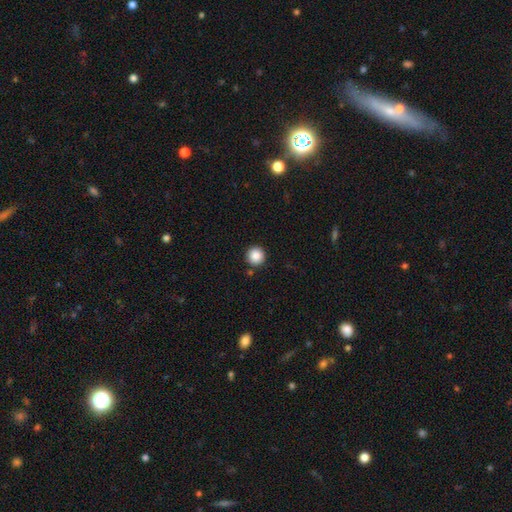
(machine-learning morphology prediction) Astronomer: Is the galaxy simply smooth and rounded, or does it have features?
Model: smooth — 88%.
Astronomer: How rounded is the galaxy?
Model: round — 96%.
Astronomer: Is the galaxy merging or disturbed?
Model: none — 90%.